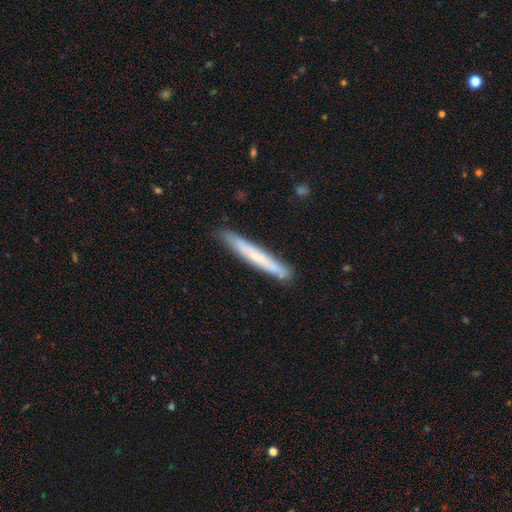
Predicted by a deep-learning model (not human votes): This is possibly a smooth galaxy (56%). How rounded: clearly cigar-shaped (96%). Merging: clearly none (86%).